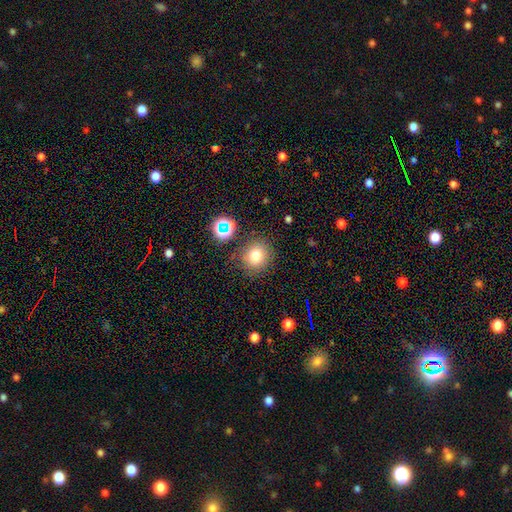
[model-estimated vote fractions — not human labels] Smooth or featured? smooth (75%)
How rounded? round (88%)
Merging? none (82%)